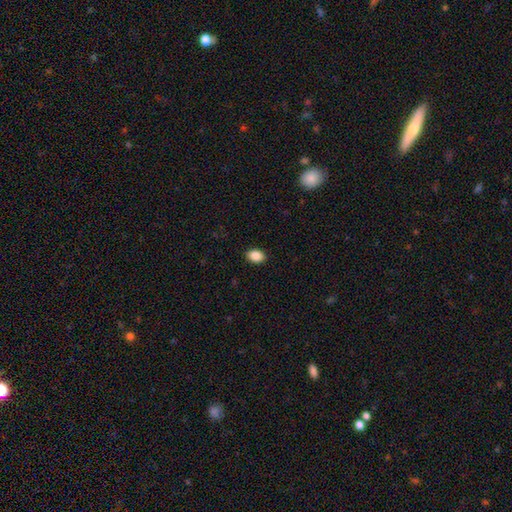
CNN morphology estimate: smooth 89%, star or artifact 8%, featured or disk 3%. Down the decision tree: how rounded — in between (75%); merging — none (90%).